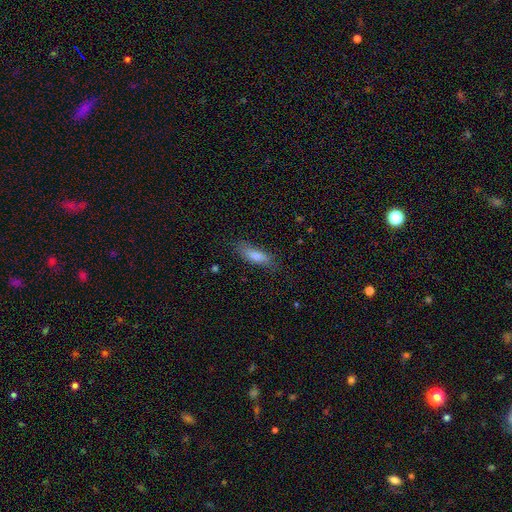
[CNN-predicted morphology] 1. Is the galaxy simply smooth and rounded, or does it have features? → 77% smooth, 15% featured or disk, 8% star or artifact.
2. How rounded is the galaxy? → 50% cigar-shaped, 48% in between, 2% round.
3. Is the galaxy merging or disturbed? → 75% none, 18% minor disturbance, 5% major disturbance, 1% merger.